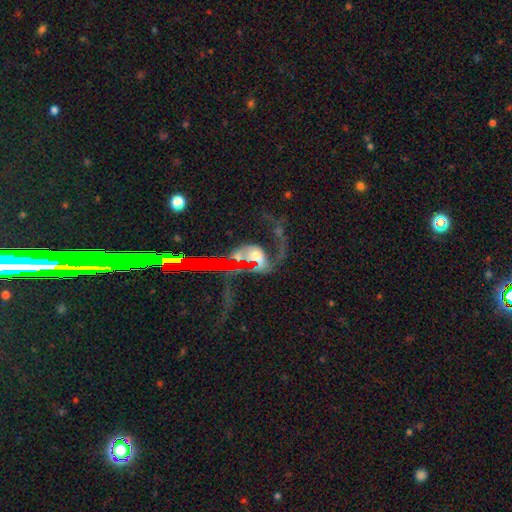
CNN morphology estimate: Q: Smooth or featured?
A: featured or disk (58%); runner-up: star or artifact (26%)
Q: Edge-on disk?
A: no (84%); runner-up: yes (16%)
Q: Merging?
A: major disturbance (32%); tied with: none (32%)